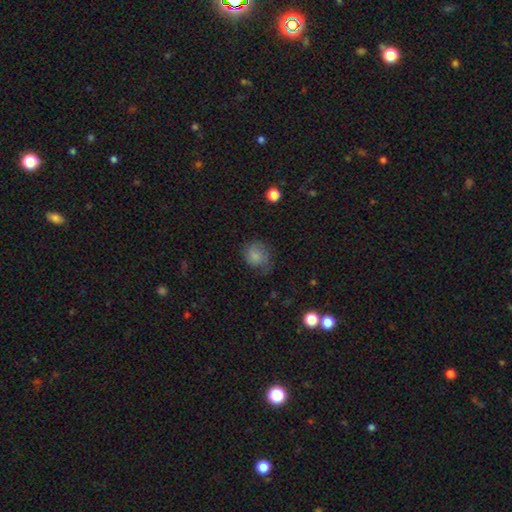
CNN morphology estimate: Smooth or featured?
  - smooth: 74% *
  - featured or disk: 16%
  - star or artifact: 11%
How rounded?
  - round: 68% *
  - in between: 31%
  - cigar-shaped: 1%
Merging?
  - none: 53% *
  - minor disturbance: 29%
  - major disturbance: 16%
  - merger: 2%